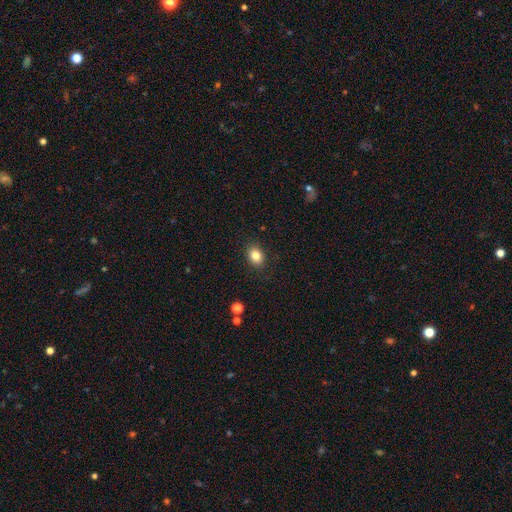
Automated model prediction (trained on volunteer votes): Smooth or featured?
  - smooth: 84% *
  - star or artifact: 10%
  - featured or disk: 6%
How rounded?
  - in between: 66% *
  - round: 33%
  - cigar-shaped: 1%
Merging?
  - none: 88% *
  - minor disturbance: 9%
  - major disturbance: 2%
  - merger: 1%